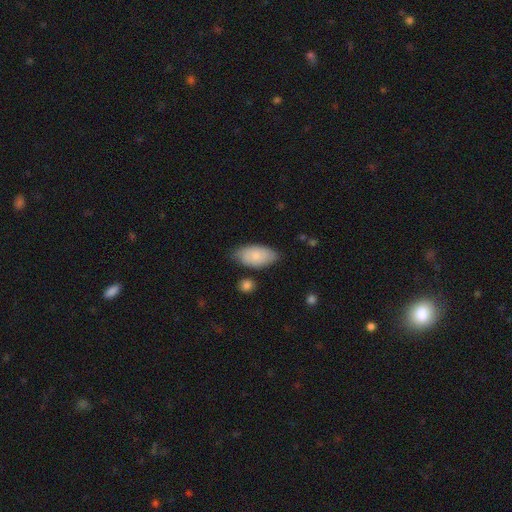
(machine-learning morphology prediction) Q: Smooth or featured?
A: smooth (80%); runner-up: featured or disk (14%)
Q: How rounded?
A: in between (94%); runner-up: cigar-shaped (4%)
Q: Merging?
A: none (72%); runner-up: minor disturbance (21%)